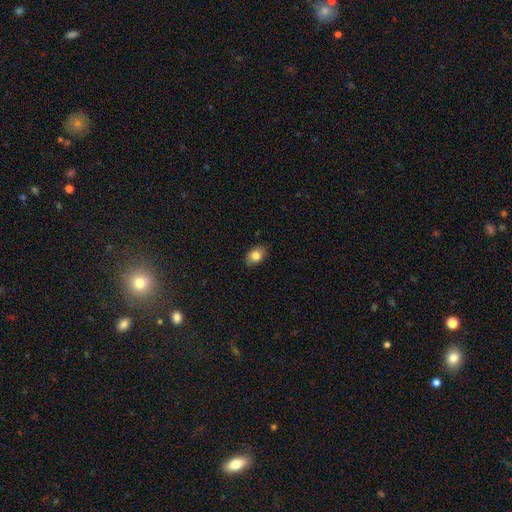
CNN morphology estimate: Smooth or featured: smooth — 82% (featured or disk — 10%)
How rounded: in between — 83% (round — 16%)
Merging: none — 85% (minor disturbance — 12%)